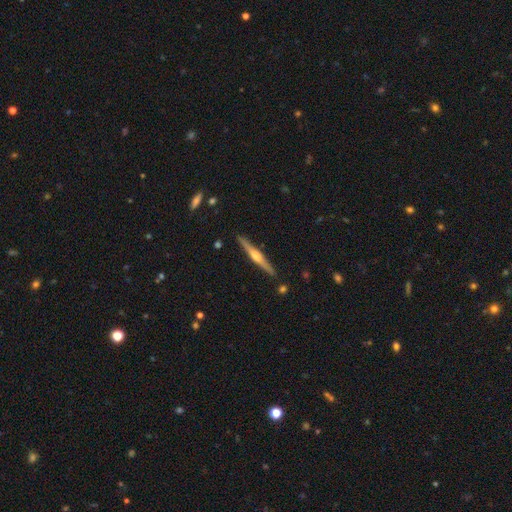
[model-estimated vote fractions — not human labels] Q: Smooth or featured?
A: featured or disk (78%); runner-up: smooth (17%)
Q: Edge-on disk?
A: yes (98%); runner-up: no (2%)
Q: Edge-on bulge?
A: rounded (89%); runner-up: boxy (6%)
Q: Merging?
A: none (91%); runner-up: minor disturbance (6%)